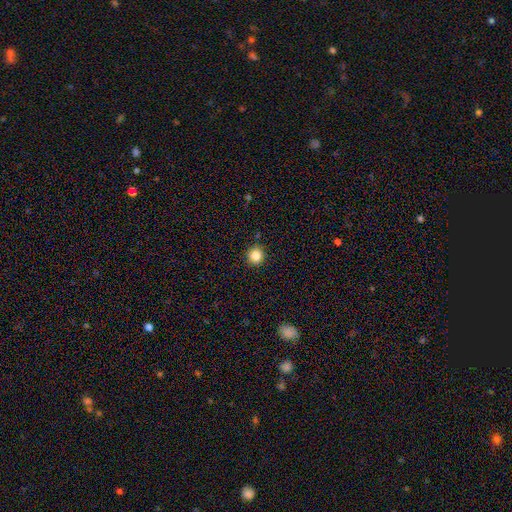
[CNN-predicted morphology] This is clearly a smooth galaxy (84%). How rounded: clearly round (93%). Merging: clearly none (90%).